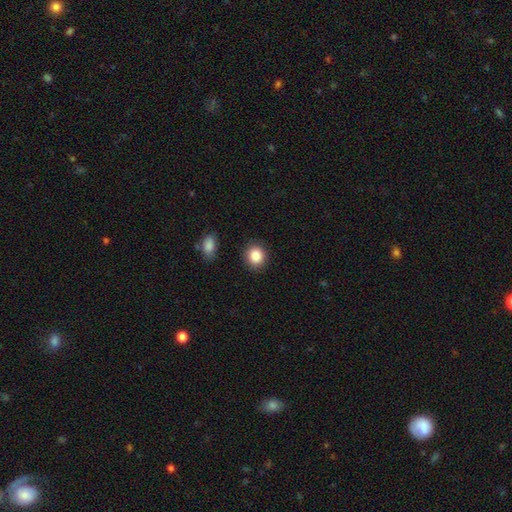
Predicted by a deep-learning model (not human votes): Morphology: type=smooth (88%); roundness=round (80%); merging=none (88%).